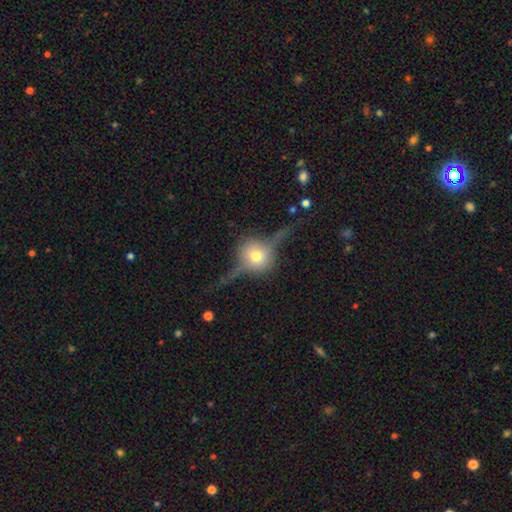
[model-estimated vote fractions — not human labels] Smooth or featured? featured or disk (70%)
Edge-on disk? yes (90%)
Edge-on bulge? rounded (95%)
Merging? none (69%)